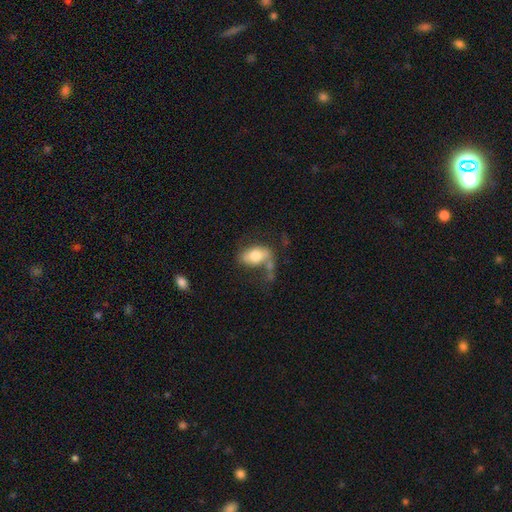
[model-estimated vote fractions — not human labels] Smooth or featured?
  - smooth: 64% *
  - featured or disk: 29%
  - star or artifact: 7%
How rounded?
  - in between: 89% *
  - round: 8%
  - cigar-shaped: 3%
Merging?
  - none: 42% *
  - minor disturbance: 24%
  - major disturbance: 19%
  - merger: 15%